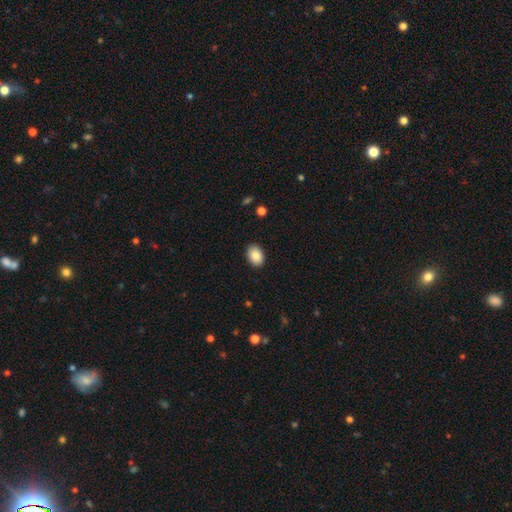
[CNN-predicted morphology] type=smooth (87%); roundness=in between (82%); merging=none (90%).